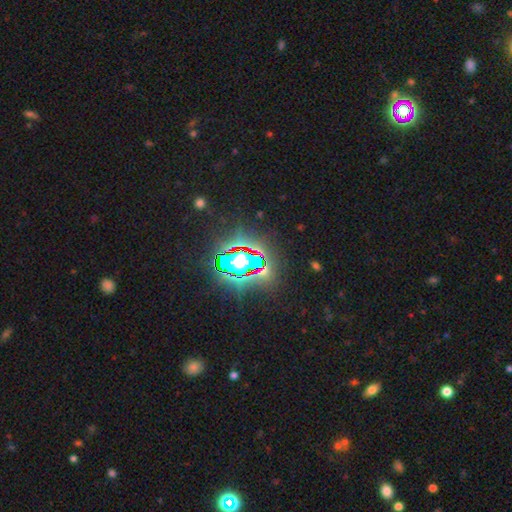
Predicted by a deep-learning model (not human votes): Smooth or featured?
  - star or artifact: 75% *
  - smooth: 15%
  - featured or disk: 10%